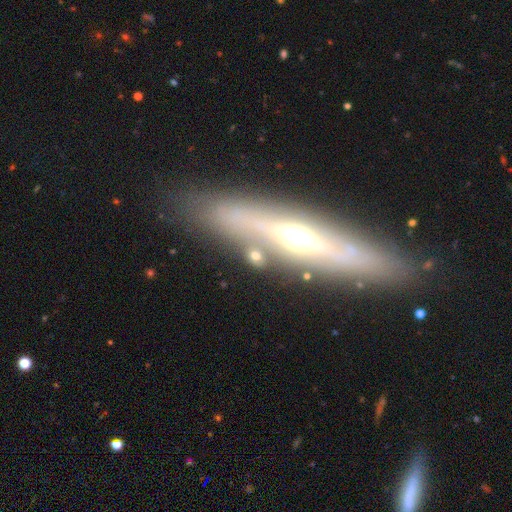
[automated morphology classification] Q: Smooth or featured?
A: featured or disk (42%); runner-up: smooth (39%)
Q: Merging?
A: none (67%); runner-up: merger (13%)